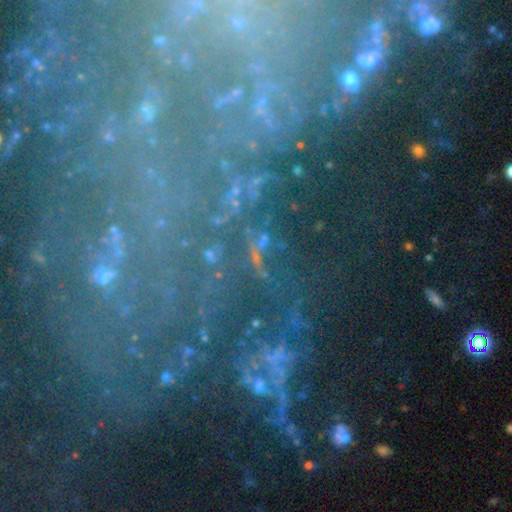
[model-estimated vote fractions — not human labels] Smooth or featured? star or artifact (59%)